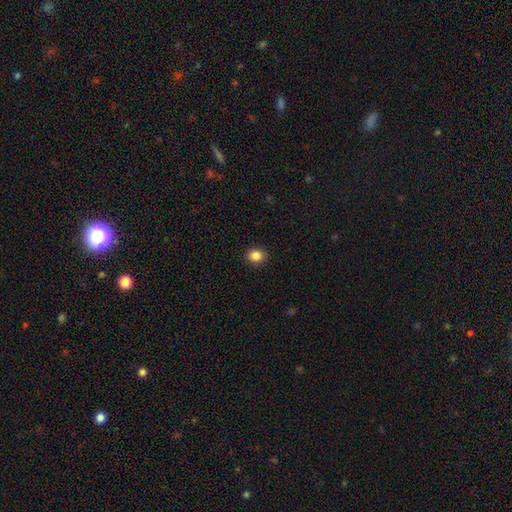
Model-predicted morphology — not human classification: A smooth galaxy with no disk features (86%) that is round (72%).

Vote fractions:
- Smooth or featured? smooth: 86% / star or artifact: 10% / featured or disk: 4%
- How rounded? round: 72% / in between: 27% / cigar-shaped: 1%
- Merging? none: 91% / minor disturbance: 6% / major disturbance: 2% / merger: 1%